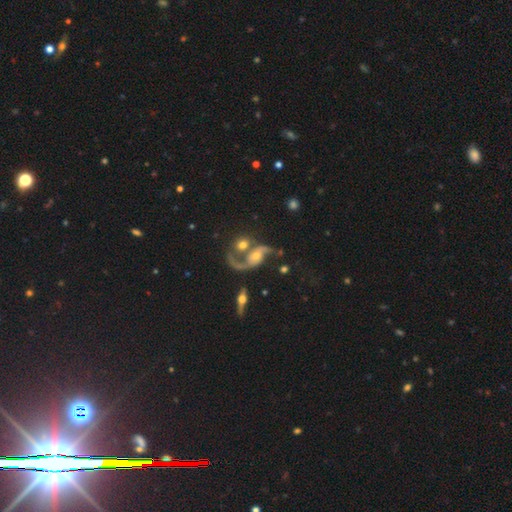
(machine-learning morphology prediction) featured or disk 84%, smooth 8%, star or artifact 7%. Down the decision tree: edge-on disk — no (96%); bar — no (58%); spiral arms — yes (94%); spiral arm count — 2 (82%); spiral winding — loose (66%); bulge size — moderate (47%); merging — merger (35%, tied with none).